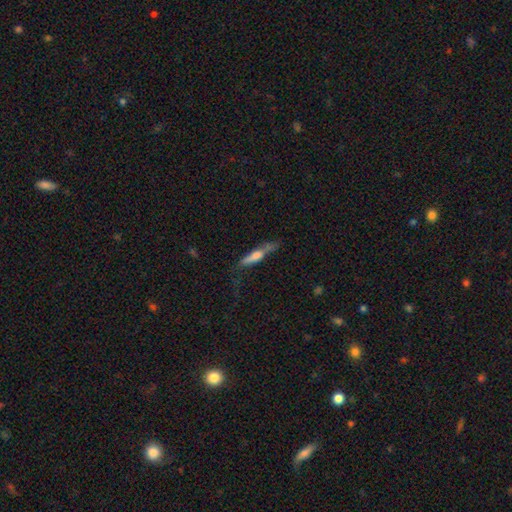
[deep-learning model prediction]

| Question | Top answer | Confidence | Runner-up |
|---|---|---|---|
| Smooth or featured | smooth | 48% | featured or disk (44%) |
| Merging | none | 55% | minor disturbance (27%) |